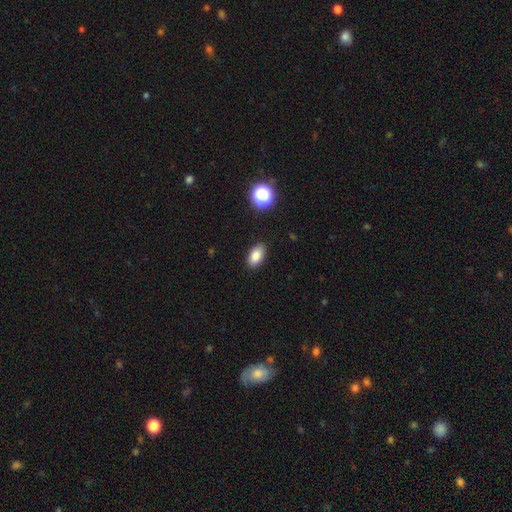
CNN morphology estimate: Smooth or featured? Predicted: smooth (p=0.84). How rounded? Predicted: in between (p=0.91). Merging? Predicted: none (p=0.89).